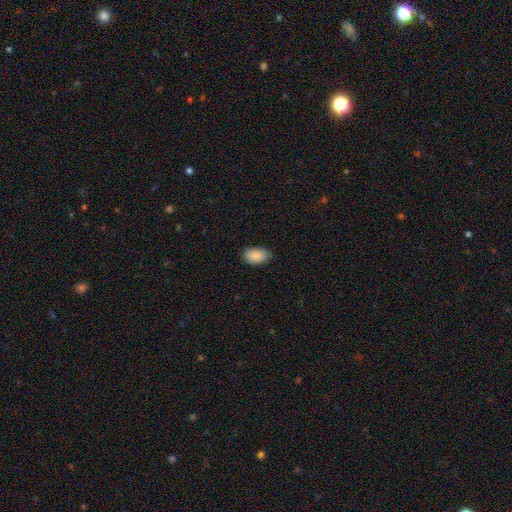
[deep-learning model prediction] smooth-or-featured: smooth: 89% | star or artifact: 6% | featured or disk: 5%
  how-rounded: in between: 93% | round: 5% | cigar-shaped: 1%
  merging: none: 82% | minor disturbance: 15% | major disturbance: 2% | merger: 1%